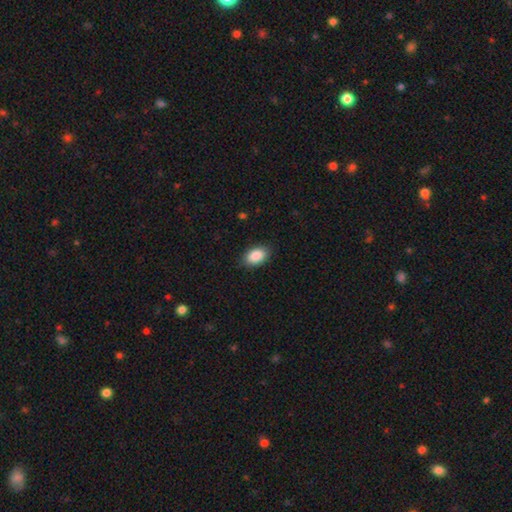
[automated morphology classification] This appears to be a smooth galaxy with no disk features (90%) that is in between round and cigar-shaped (92%). Merging: none (86%).